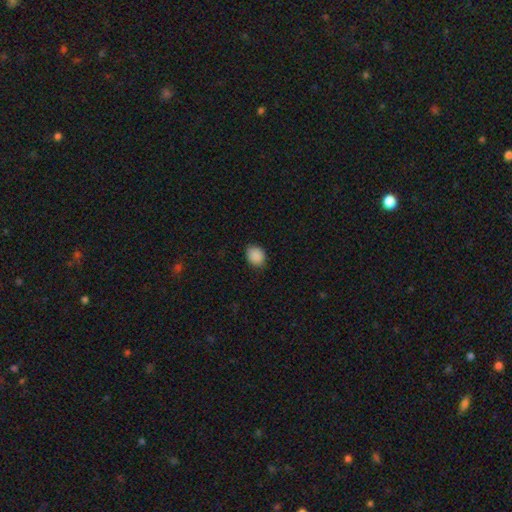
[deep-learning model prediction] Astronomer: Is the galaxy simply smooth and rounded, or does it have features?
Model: smooth — 89%.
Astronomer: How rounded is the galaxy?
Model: round — 57% (runner-up: in between, 42%).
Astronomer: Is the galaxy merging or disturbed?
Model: none — 84%.